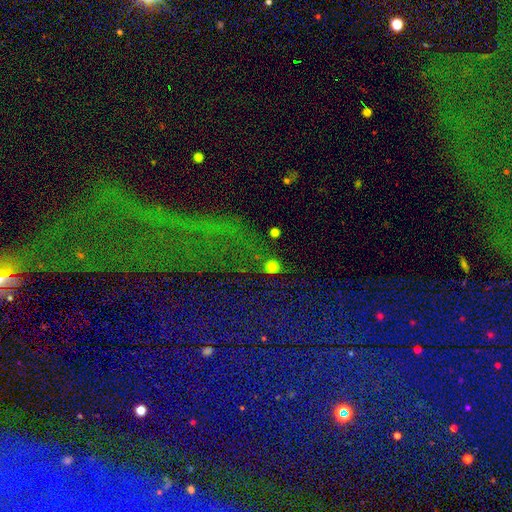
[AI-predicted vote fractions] Smooth or featured?
  - star or artifact: 77% *
  - featured or disk: 12%
  - smooth: 11%